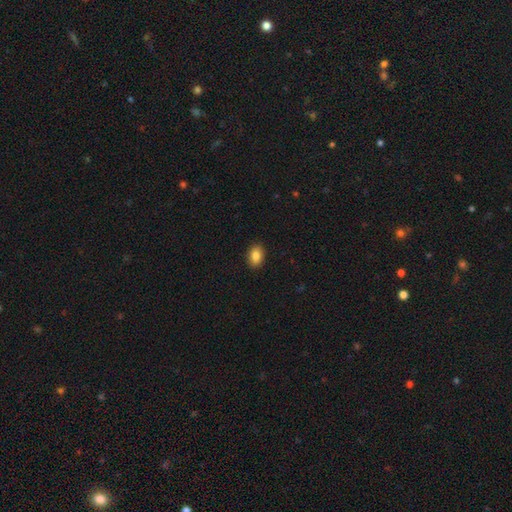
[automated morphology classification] Smooth or featured? Predicted: smooth (p=0.87). How rounded? Predicted: in between (p=0.84). Merging? Predicted: none (p=0.90).